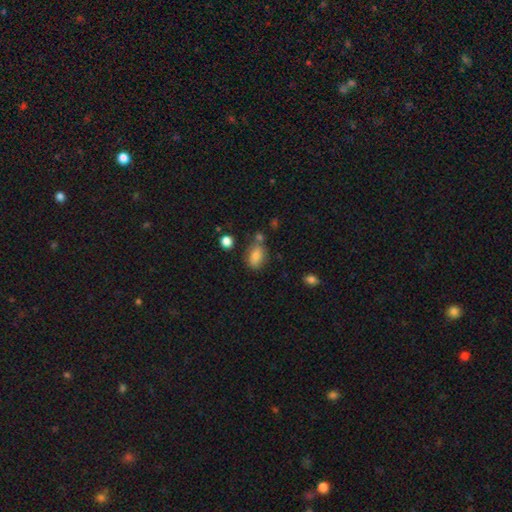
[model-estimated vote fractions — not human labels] Smooth or featured? Predicted: smooth (p=0.83). How rounded? Predicted: in between (p=0.85). Merging? Predicted: none (p=0.67).